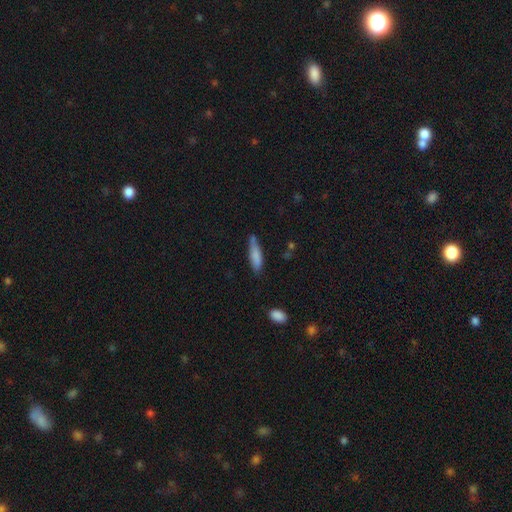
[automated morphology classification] The model was most divided on "merging": none: 57%, minor disturbance: 31%, major disturbance: 6%, merger: 5%. More confident: smooth or featured — smooth (80%); how rounded — cigar-shaped (67%).